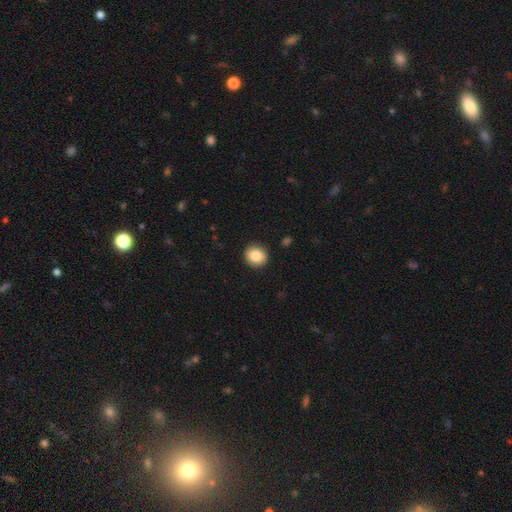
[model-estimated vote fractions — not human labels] Smooth or featured?
  - smooth: 86% *
  - star or artifact: 8%
  - featured or disk: 6%
How rounded?
  - round: 85% *
  - in between: 14%
  - cigar-shaped: 1%
Merging?
  - none: 91% *
  - minor disturbance: 6%
  - major disturbance: 2%
  - merger: 1%